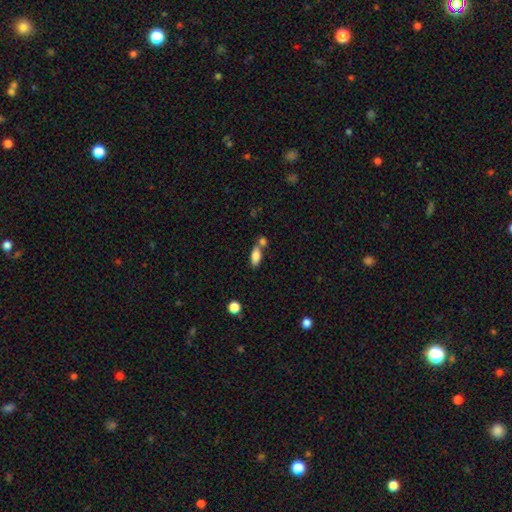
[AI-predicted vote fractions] Smooth or featured?
  - smooth: 83% *
  - featured or disk: 9%
  - star or artifact: 8%
How rounded?
  - in between: 85% *
  - cigar-shaped: 12%
  - round: 3%
Merging?
  - none: 50% *
  - merger: 34%
  - minor disturbance: 12%
  - major disturbance: 4%